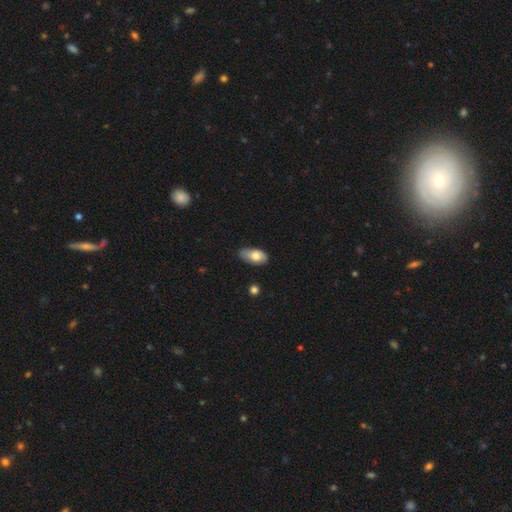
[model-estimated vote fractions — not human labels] A smooth galaxy with no disk features (75%) that is in between round and cigar-shaped (92%).

Vote fractions:
- Smooth or featured? smooth: 75% / featured or disk: 18% / star or artifact: 7%
- How rounded? in between: 92% / round: 4% / cigar-shaped: 4%
- Merging? none: 66% / minor disturbance: 28% / major disturbance: 4% / merger: 2%